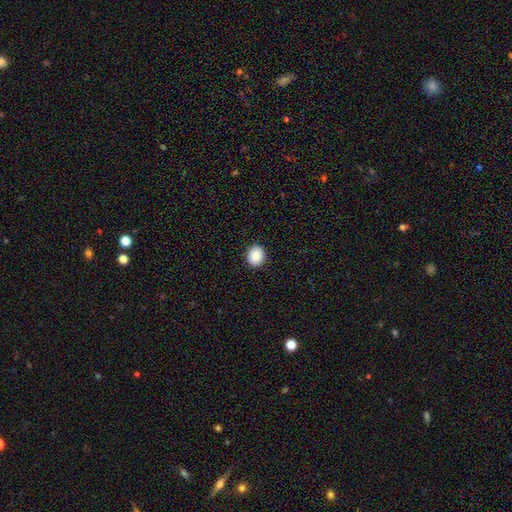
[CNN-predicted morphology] Smooth or featured? smooth (89%)
How rounded? round (70%)
Merging? none (91%)